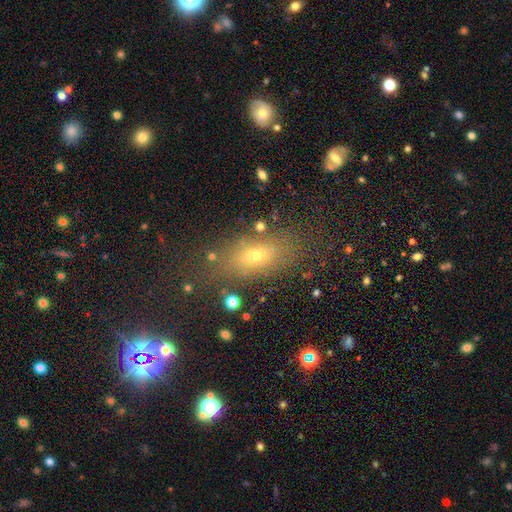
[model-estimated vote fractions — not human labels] This appears to be a smooth galaxy with no disk features (63%) that is in between round and cigar-shaped (74%). Merging: none (77%).